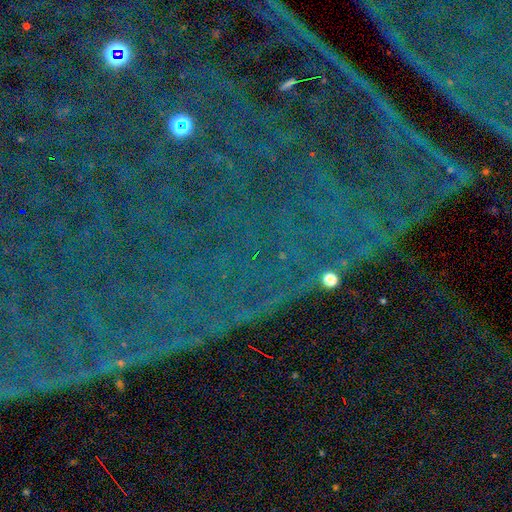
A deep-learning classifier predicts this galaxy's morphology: Q: Smooth or featured?
A: star or artifact (87%); runner-up: featured or disk (7%)